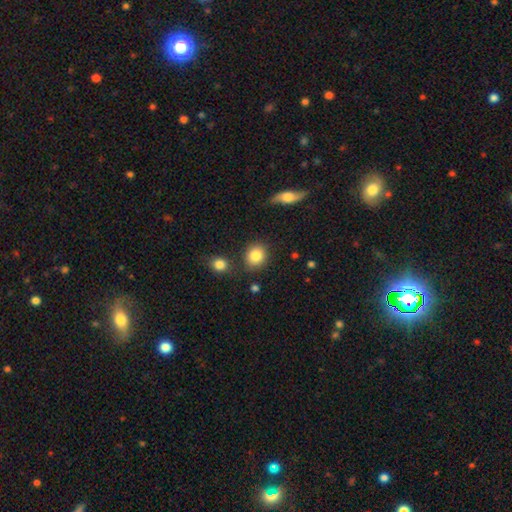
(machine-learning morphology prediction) This appears to be a smooth galaxy with no disk features (85%) that is round (74%). Merging: none (79%).